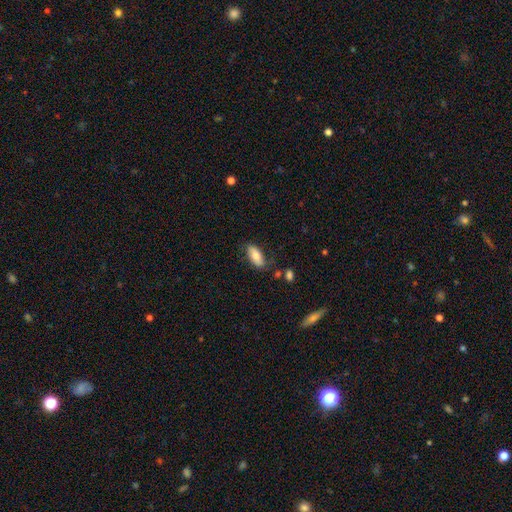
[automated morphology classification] smooth-or-featured: smooth: 74% | featured or disk: 19% | star or artifact: 7%
  how-rounded: in between: 85% | cigar-shaped: 12% | round: 2%
  merging: none: 69% | minor disturbance: 22% | major disturbance: 6% | merger: 4%